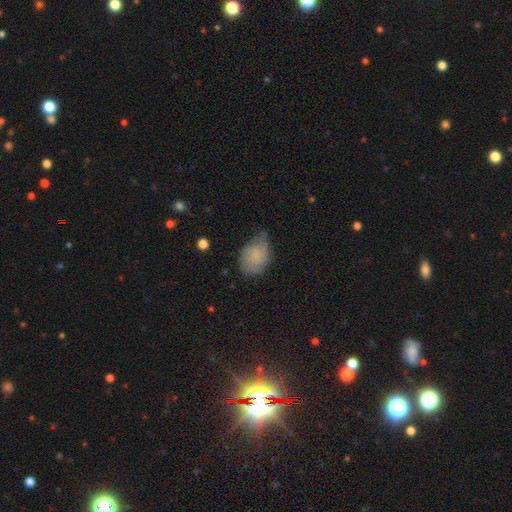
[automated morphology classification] Overall: smooth (52%; featured or disk 39%). How rounded: in between (79%). Merging: none (44%; minor disturbance 38%).